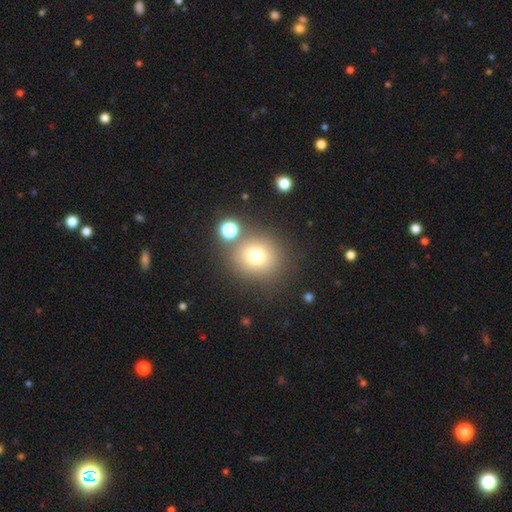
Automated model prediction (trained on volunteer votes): A smooth galaxy with no disk features (73%) that is round (87%).

Vote fractions:
- Smooth or featured? smooth: 73% / star or artifact: 16% / featured or disk: 11%
- How rounded? round: 87% / in between: 12% / cigar-shaped: 1%
- Merging? none: 76% / merger: 10% / minor disturbance: 9% / major disturbance: 4%